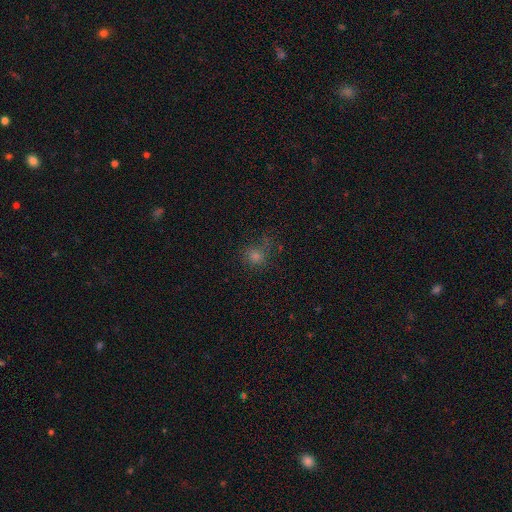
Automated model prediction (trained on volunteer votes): smooth 63%, star or artifact 26%, featured or disk 11%. Down the decision tree: how rounded — round (83%); merging — none (62%).